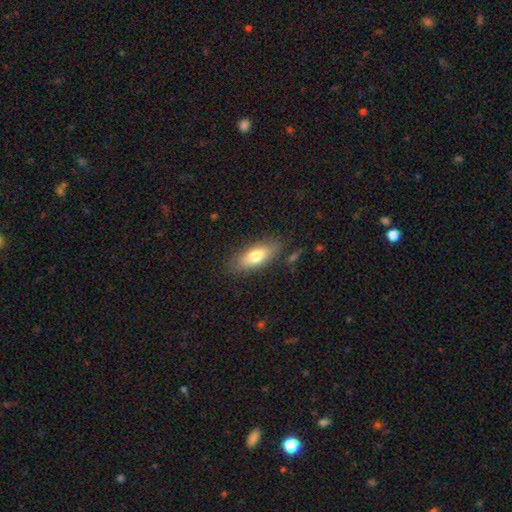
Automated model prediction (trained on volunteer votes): A smooth galaxy with no disk features (73%) that is in between round and cigar-shaped (79%). Merging: none (82%).